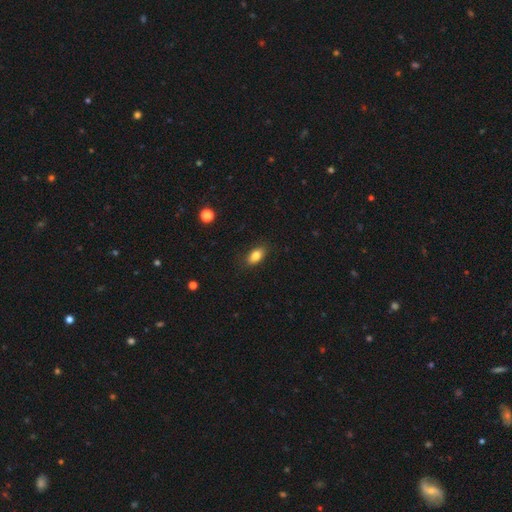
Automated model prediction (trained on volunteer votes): Morphology: type=smooth (84%); roundness=in between (88%); merging=none (86%).